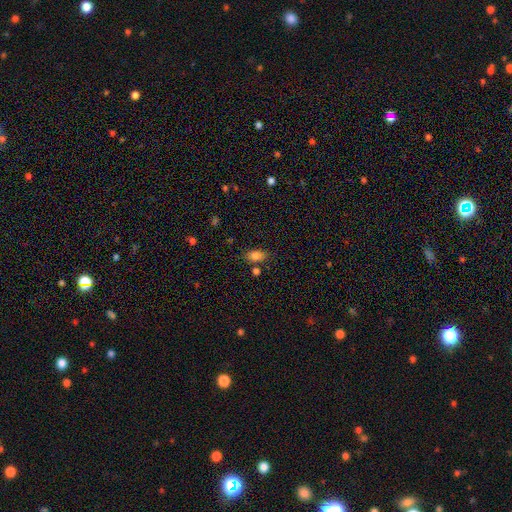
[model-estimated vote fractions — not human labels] smooth 83%, star or artifact 11%, featured or disk 6%. Down the decision tree: how rounded — in between (87%); merging — none (73%).